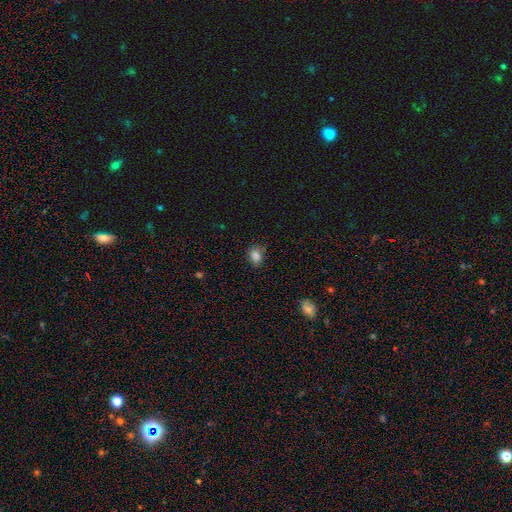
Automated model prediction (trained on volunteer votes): smooth_or_featured: smooth (p=0.83) [alt: star or artifact p=0.12]
how_rounded: in between (p=0.52) [alt: round p=0.47]
merging: none (p=0.74) [alt: minor disturbance p=0.19]